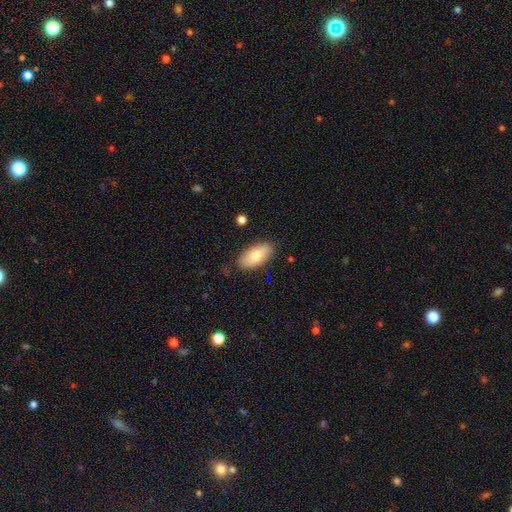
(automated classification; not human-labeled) A smooth galaxy with no disk features (78%) that is in between round and cigar-shaped (93%).

Vote fractions:
- Smooth or featured? smooth: 78% / featured or disk: 16% / star or artifact: 6%
- How rounded? in between: 93% / cigar-shaped: 4% / round: 3%
- Merging? none: 83% / minor disturbance: 13% / major disturbance: 3% / merger: 2%